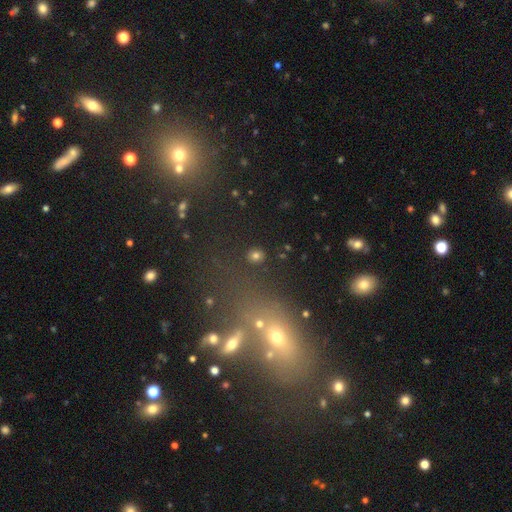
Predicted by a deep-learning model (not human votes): This appears to be a smooth galaxy with no disk features (78%) that is round (74%). Merging: none (88%).